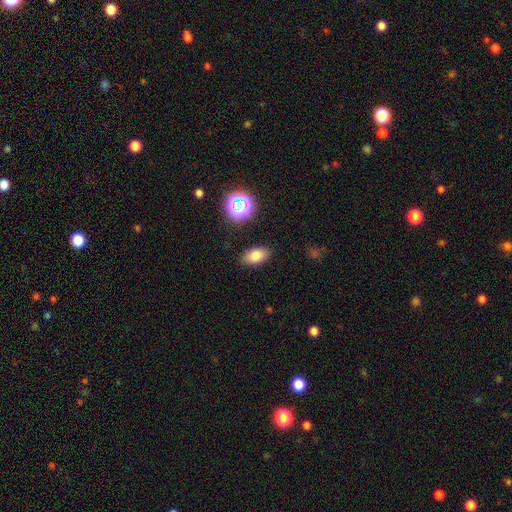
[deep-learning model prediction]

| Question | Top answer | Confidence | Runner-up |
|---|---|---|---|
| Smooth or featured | smooth | 78% | star or artifact (12%) |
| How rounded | in between | 89% | round (8%) |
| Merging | none | 87% | minor disturbance (9%) |